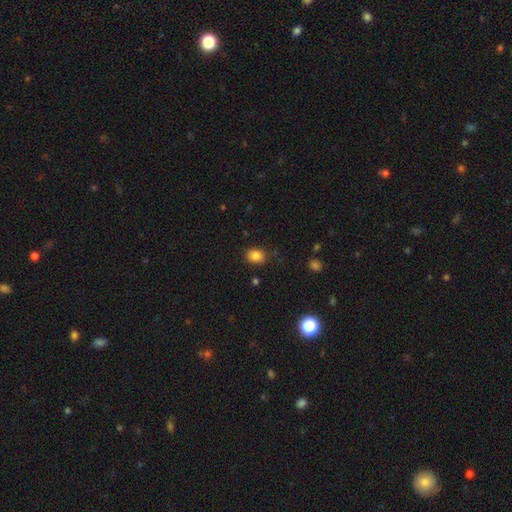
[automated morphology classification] smooth-or-featured: smooth: 84% | star or artifact: 11% | featured or disk: 5%
  how-rounded: in between: 52% | round: 47% | cigar-shaped: 1%
  merging: none: 84% | minor disturbance: 12% | major disturbance: 3% | merger: 2%